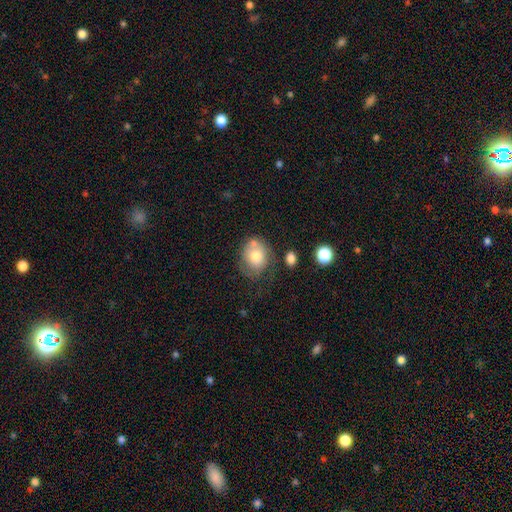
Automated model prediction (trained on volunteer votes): Smooth or featured: smooth — 66% (featured or disk — 25%)
How rounded: round — 61% (in between — 38%)
Merging: none — 46% (minor disturbance — 24%)